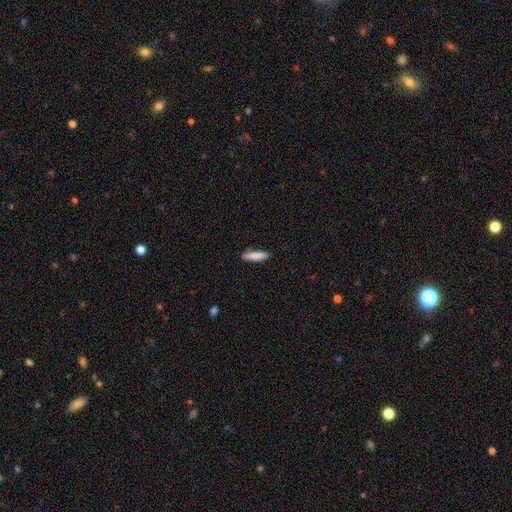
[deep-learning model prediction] Smooth or featured?
  - smooth: 86% *
  - featured or disk: 8%
  - star or artifact: 6%
How rounded?
  - cigar-shaped: 79% *
  - in between: 20%
  - round: 1%
Merging?
  - none: 87% *
  - minor disturbance: 10%
  - major disturbance: 2%
  - merger: 1%